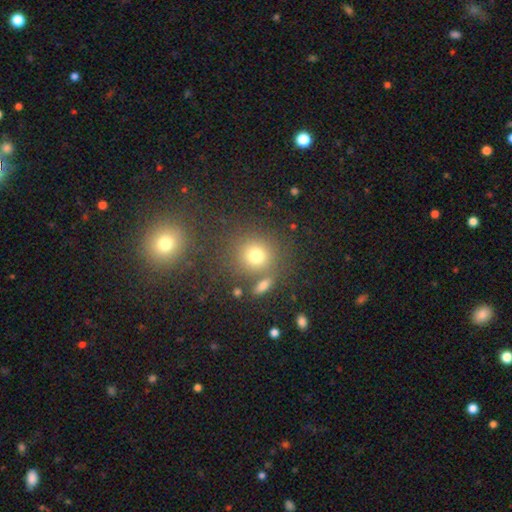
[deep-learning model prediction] smooth-or-featured: smooth: 73% | star or artifact: 17% | featured or disk: 10%
  how-rounded: round: 86% | in between: 13% | cigar-shaped: 2%
  merging: none: 72% | merger: 14% | minor disturbance: 10% | major disturbance: 5%